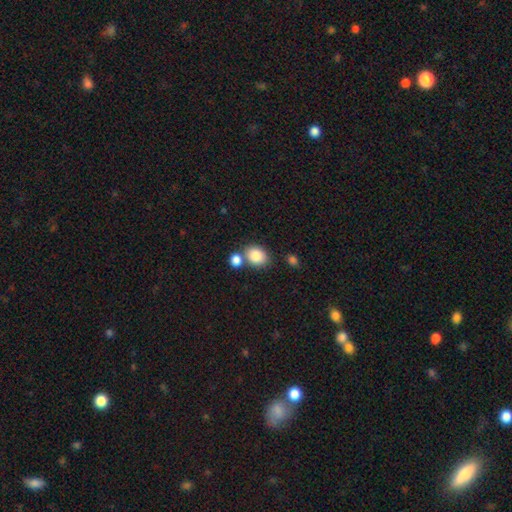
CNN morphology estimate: Smooth or featured? smooth (85%)
How rounded? in between (50%)
Merging? none (56%)